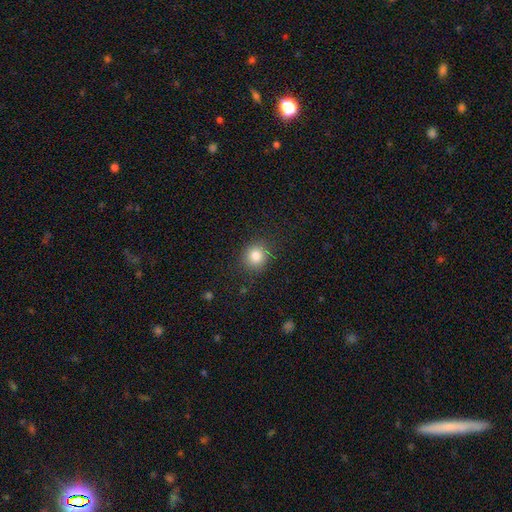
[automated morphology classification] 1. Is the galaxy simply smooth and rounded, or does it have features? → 84% smooth, 11% star or artifact, 6% featured or disk.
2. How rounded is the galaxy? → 86% round, 13% in between, 1% cigar-shaped.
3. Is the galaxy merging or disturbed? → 87% none, 9% minor disturbance, 3% major disturbance, 1% merger.